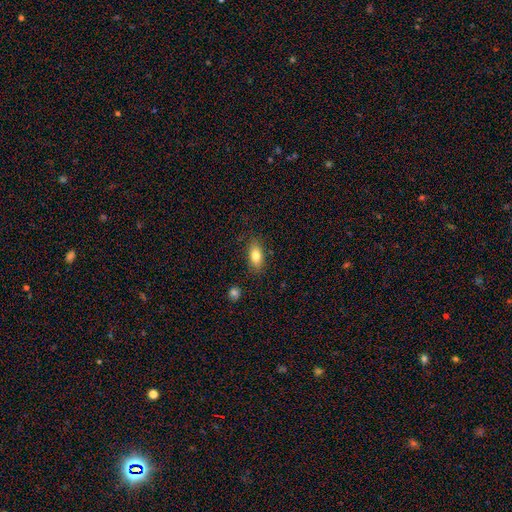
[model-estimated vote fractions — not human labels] This appears to be a smooth galaxy with no disk features (81%) that is in between round and cigar-shaped (87%). Merging: none (83%).